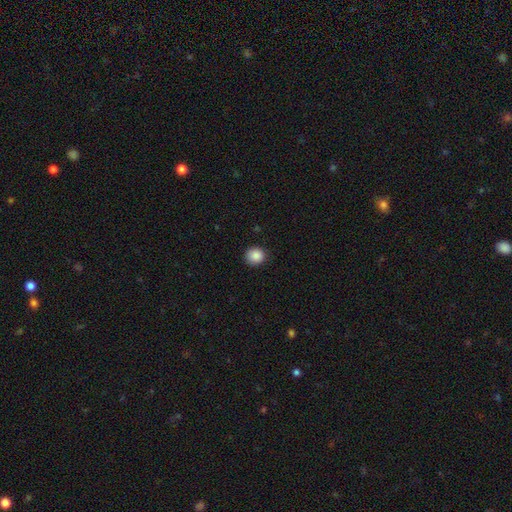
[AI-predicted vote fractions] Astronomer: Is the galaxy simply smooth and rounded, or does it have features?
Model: smooth — 88%.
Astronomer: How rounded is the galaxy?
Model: round — 89%.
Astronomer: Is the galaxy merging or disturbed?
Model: none — 87%.